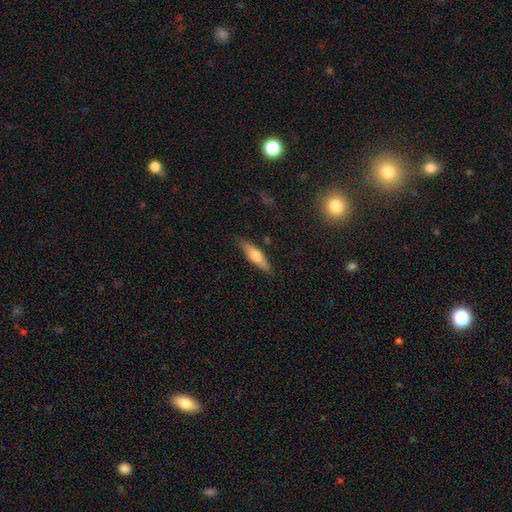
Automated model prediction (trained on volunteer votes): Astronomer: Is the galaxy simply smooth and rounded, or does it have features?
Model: smooth — 52% (runner-up: featured or disk, 42%).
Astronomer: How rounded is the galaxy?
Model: cigar-shaped — 68%.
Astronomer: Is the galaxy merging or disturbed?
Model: none — 86%.